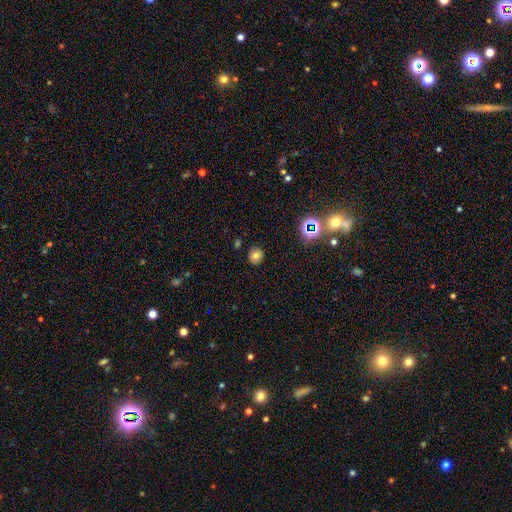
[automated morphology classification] This is likely a smooth galaxy (72%). How rounded: clearly round (88%). Merging: clearly none (88%).